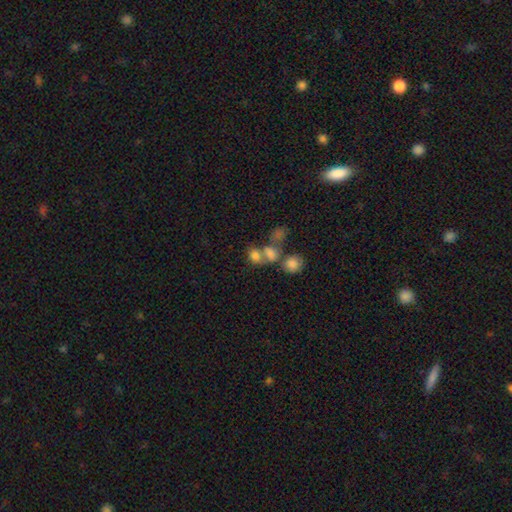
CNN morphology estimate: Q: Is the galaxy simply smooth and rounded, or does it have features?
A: smooth — 74%.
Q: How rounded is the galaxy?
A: in between — 53%.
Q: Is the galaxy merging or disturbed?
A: merger — 54%.